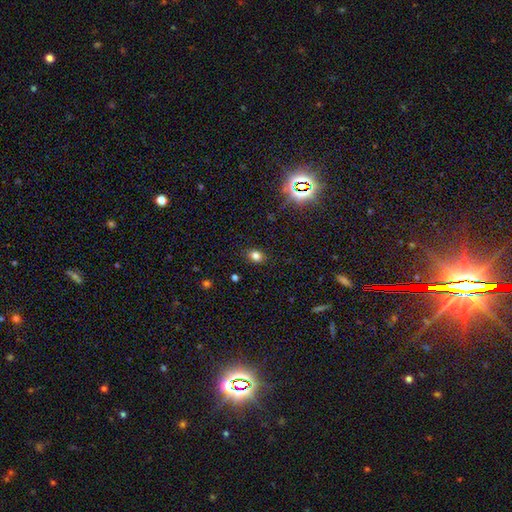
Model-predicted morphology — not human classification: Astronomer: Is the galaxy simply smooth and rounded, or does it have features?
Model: smooth — 79%.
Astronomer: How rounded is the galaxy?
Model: in between — 62%.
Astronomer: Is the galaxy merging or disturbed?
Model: none — 88%.